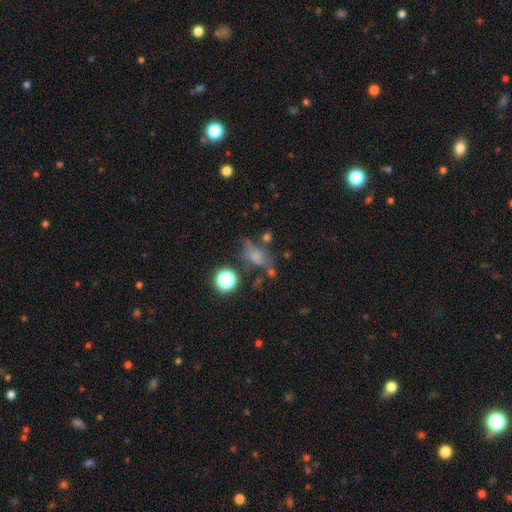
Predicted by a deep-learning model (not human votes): This is possibly a smooth galaxy (54%). How rounded: likely in between (62%). Merging: possibly none (47%).